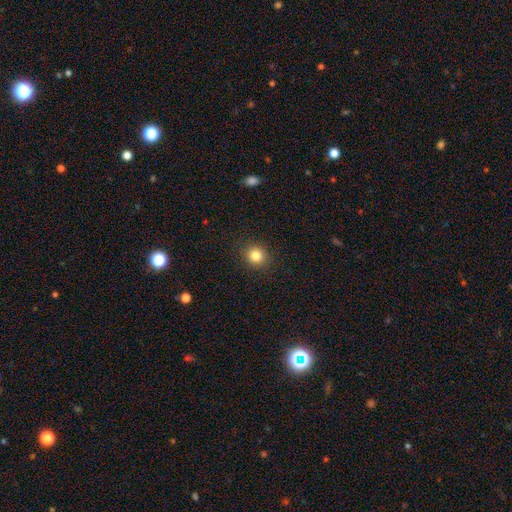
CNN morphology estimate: Smooth or featured?
  - smooth: 83% *
  - star or artifact: 11%
  - featured or disk: 6%
How rounded?
  - round: 82% *
  - in between: 17%
  - cigar-shaped: 1%
Merging?
  - none: 90% *
  - minor disturbance: 7%
  - major disturbance: 2%
  - merger: 1%